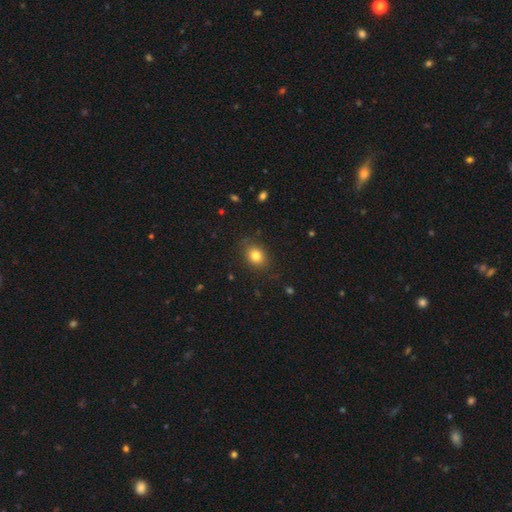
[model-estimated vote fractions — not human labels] Smooth or featured? smooth (81%)
How rounded? in between (57%)
Merging? none (81%)